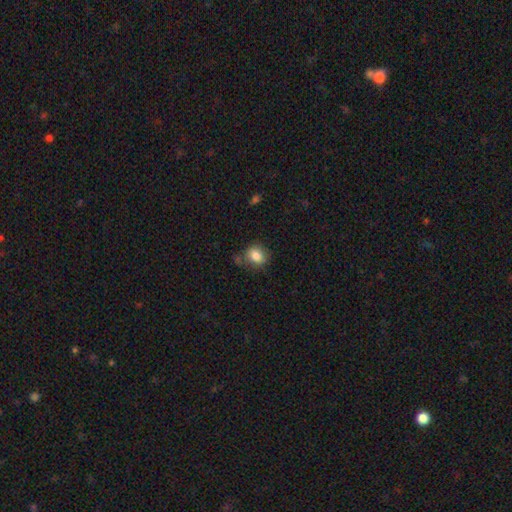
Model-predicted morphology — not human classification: Smooth or featured?
  - smooth: 82% *
  - star or artifact: 9%
  - featured or disk: 8%
How rounded?
  - round: 59% *
  - in between: 40%
  - cigar-shaped: 1%
Merging?
  - none: 69% *
  - minor disturbance: 19%
  - merger: 7%
  - major disturbance: 6%